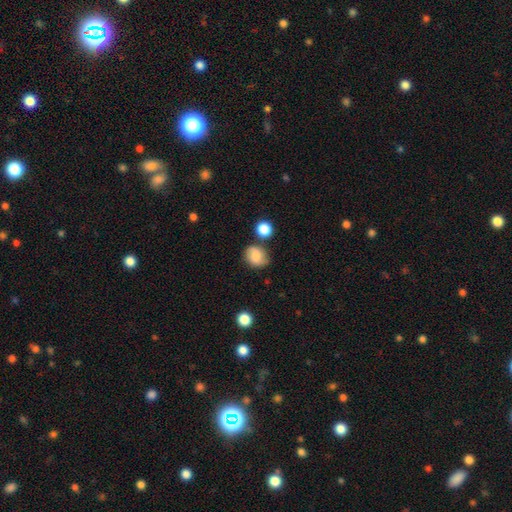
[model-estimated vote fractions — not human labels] smooth-or-featured: smooth: 70% | featured or disk: 19% | star or artifact: 10%
  how-rounded: round: 65% | in between: 34% | cigar-shaped: 1%
  merging: none: 66% | minor disturbance: 21% | merger: 8% | major disturbance: 5%